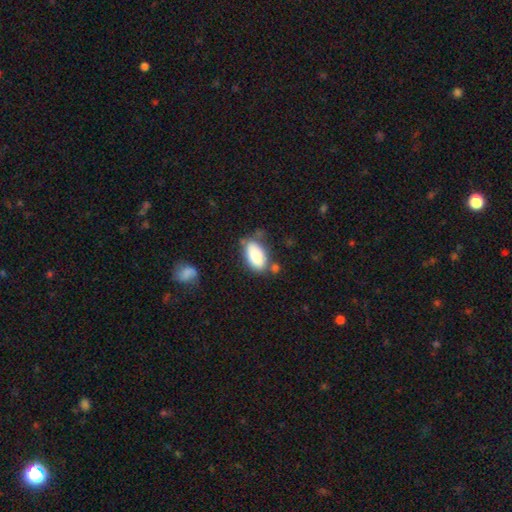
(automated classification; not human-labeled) Q: Smooth or featured?
A: smooth (85%); runner-up: featured or disk (8%)
Q: How rounded?
A: in between (93%); runner-up: cigar-shaped (4%)
Q: Merging?
A: none (59%); runner-up: minor disturbance (23%)